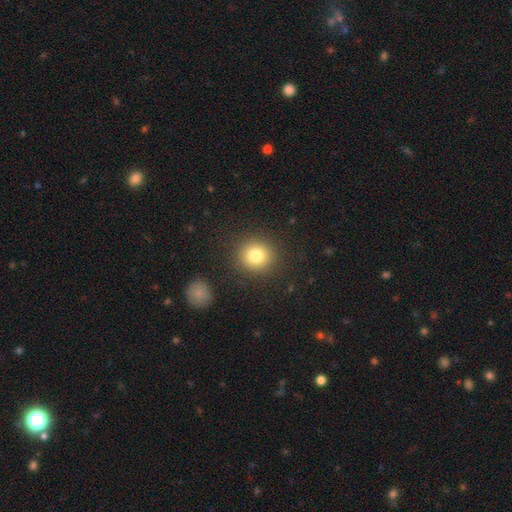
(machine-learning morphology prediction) Smooth or featured? Predicted: smooth (p=0.80). How rounded? Predicted: round (p=0.89). Merging? Predicted: none (p=0.88).